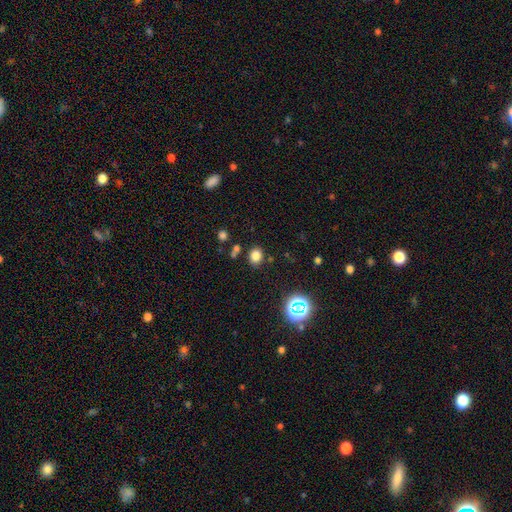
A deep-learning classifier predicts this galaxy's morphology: A smooth galaxy with no disk features (77%) that is round (60%).

Vote fractions:
- Smooth or featured? smooth: 77% / star or artifact: 17% / featured or disk: 6%
- How rounded? round: 60% / in between: 39% / cigar-shaped: 1%
- Merging? none: 81% / minor disturbance: 10% / merger: 6% / major disturbance: 3%